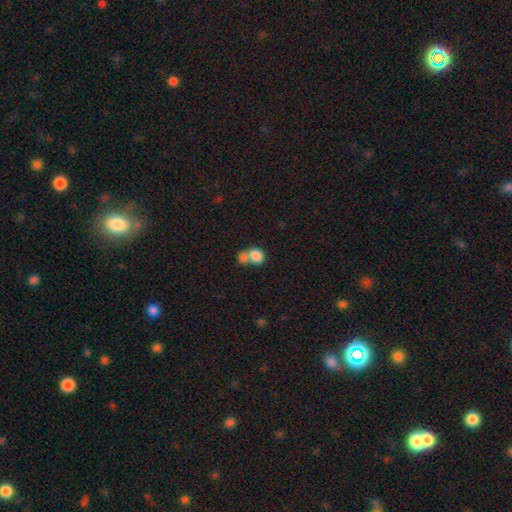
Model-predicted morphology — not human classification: smooth 83%, star or artifact 8%, featured or disk 8%. Down the decision tree: how rounded — in between (55%); merging — merger (61%).